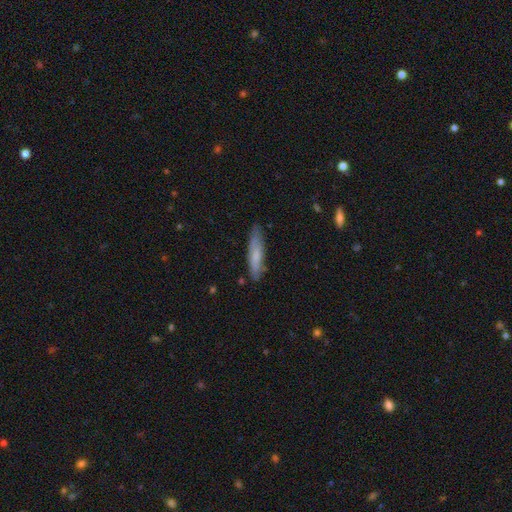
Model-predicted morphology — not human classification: The model was most divided on "smooth or featured": smooth: 67%, featured or disk: 27%, star or artifact: 6%. More confident: merging — none (81%); how rounded — cigar-shaped (79%).